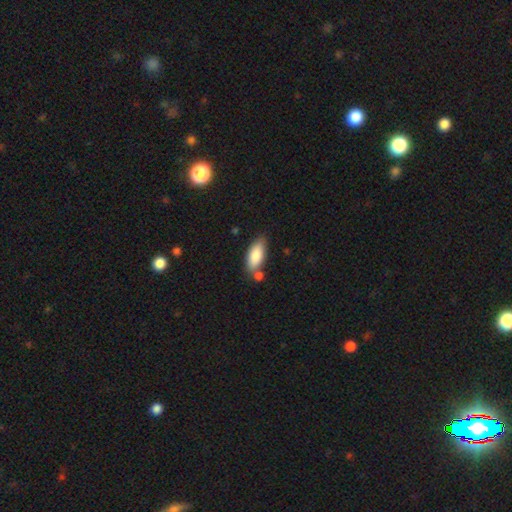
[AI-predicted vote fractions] This is clearly a smooth galaxy (85%). How rounded: clearly in between (85%). Merging: likely none (63%).